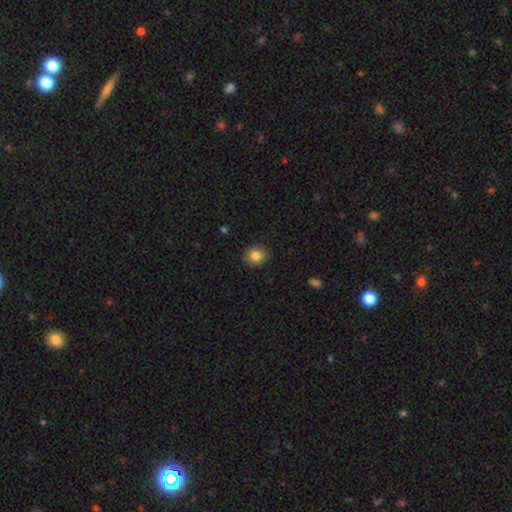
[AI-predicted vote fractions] Smooth or featured? smooth (85%)
How rounded? round (73%)
Merging? none (88%)